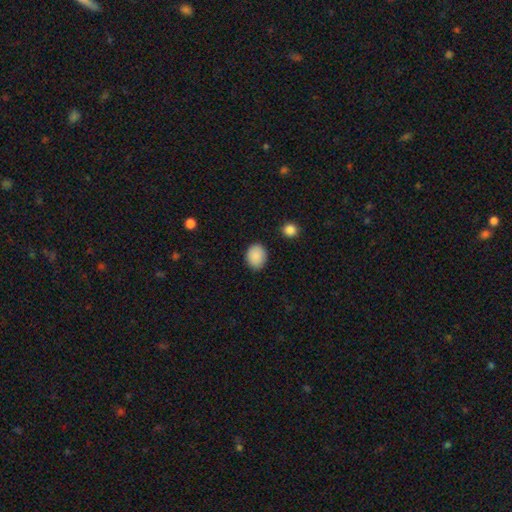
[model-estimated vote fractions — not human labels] Smooth or featured? Predicted: smooth (p=0.89). How rounded? Predicted: round (p=0.52). Merging? Predicted: none (p=0.87).